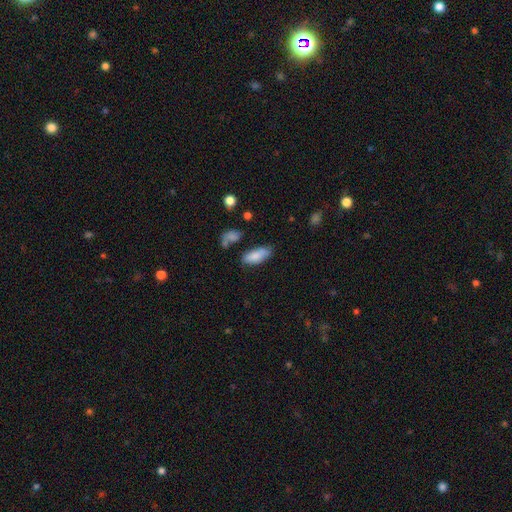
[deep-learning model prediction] The model was most divided on "merging": none: 71%, minor disturbance: 19%, merger: 6%, major disturbance: 5%. More confident: smooth or featured — smooth (82%); how rounded — in between (78%).